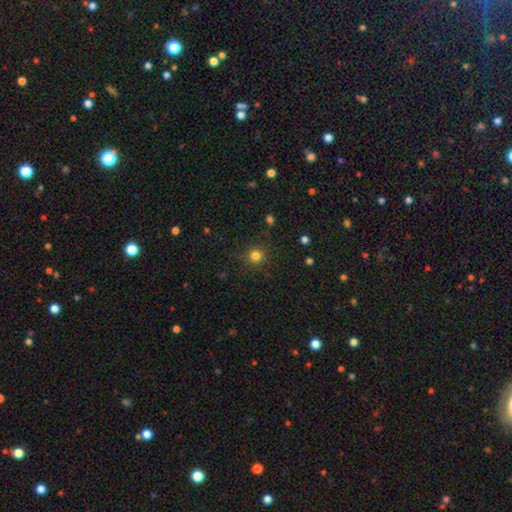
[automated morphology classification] Smooth or featured? Predicted: smooth (p=0.80). How rounded? Predicted: round (p=0.94). Merging? Predicted: none (p=0.88).